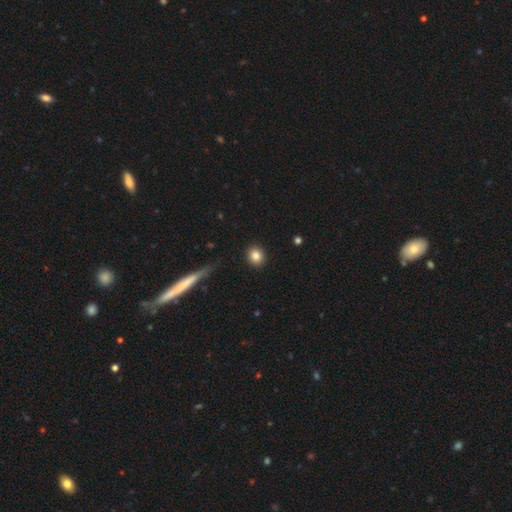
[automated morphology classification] A smooth galaxy with no disk features (85%) that is round (81%). Merging: none (91%).